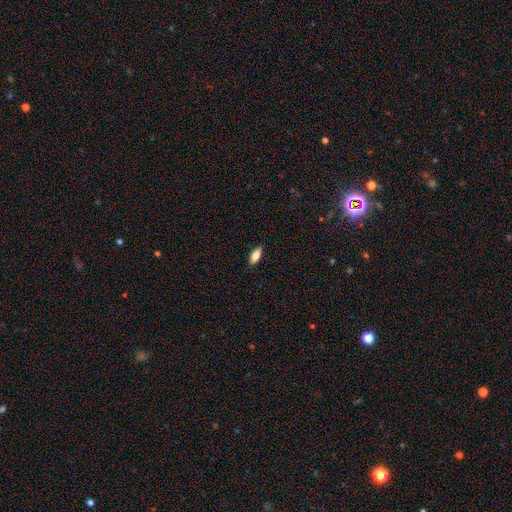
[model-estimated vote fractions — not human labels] Morphology: type=smooth (80%); roundness=in between (79%); merging=none (87%).